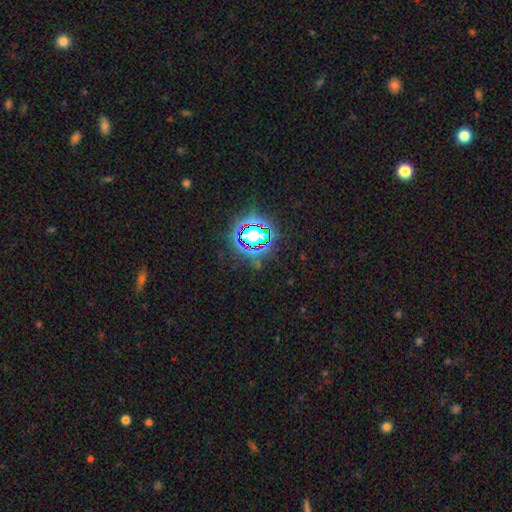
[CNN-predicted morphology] A star or artifact, not a galaxy (79%).

Vote fractions:
- Smooth or featured? star or artifact: 79% / smooth: 13% / featured or disk: 8%